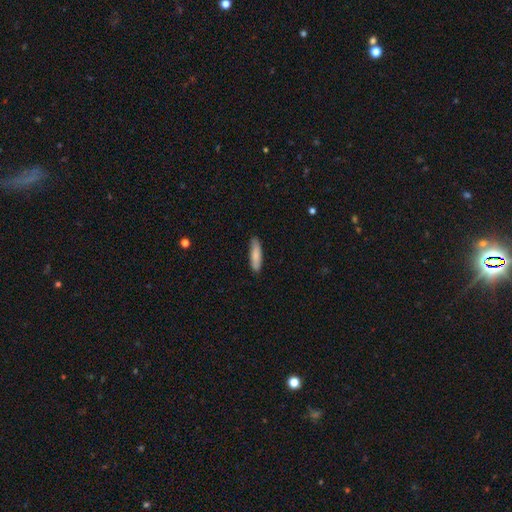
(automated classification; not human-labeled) This appears to be a smooth galaxy with no disk features (83%) that is cigar-shaped (67%). Merging: none (87%).